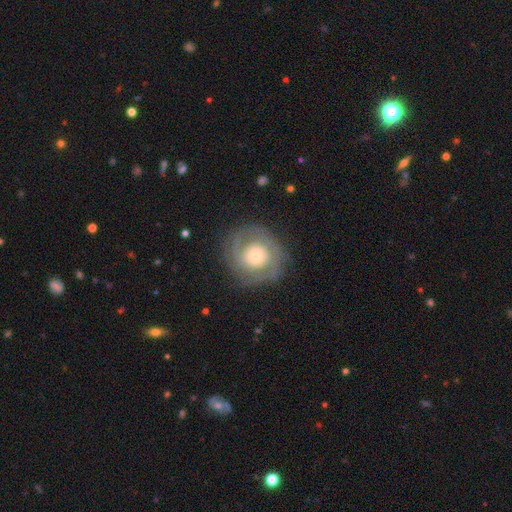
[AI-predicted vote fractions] smooth_or_featured: featured or disk (p=0.72) [alt: smooth p=0.22]
disk_edge_on: no (p=0.97) [alt: yes p=0.03]
bar: no (p=0.78) [alt: weak p=0.17]
has_spiral_arms: yes (p=0.81) [alt: no p=0.19]
spiral_winding: tight (p=0.65) [alt: medium p=0.26]
spiral_arm_count: 2 (p=0.50) [alt: can't tell p=0.27]
bulge_size: moderate (p=0.43) [alt: small p=0.37]
merging: none (p=0.80) [alt: minor disturbance p=0.12]